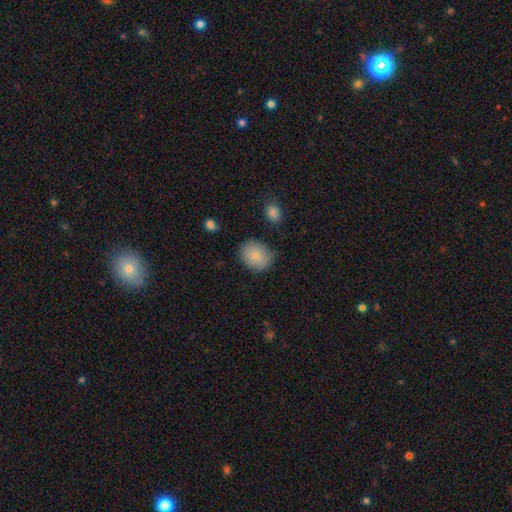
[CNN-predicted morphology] The model was most divided on "how rounded": in between: 51%, round: 48%, cigar-shaped: 1%. More confident: smooth or featured — smooth (85%); merging — none (78%).